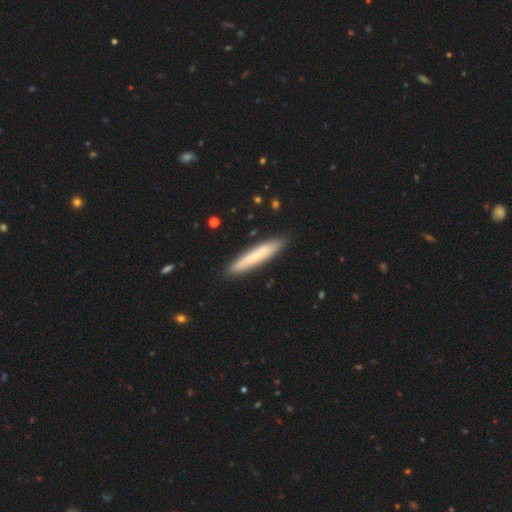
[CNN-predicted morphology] Overall: smooth (72%). How rounded: cigar-shaped (92%). Merging: none (88%).